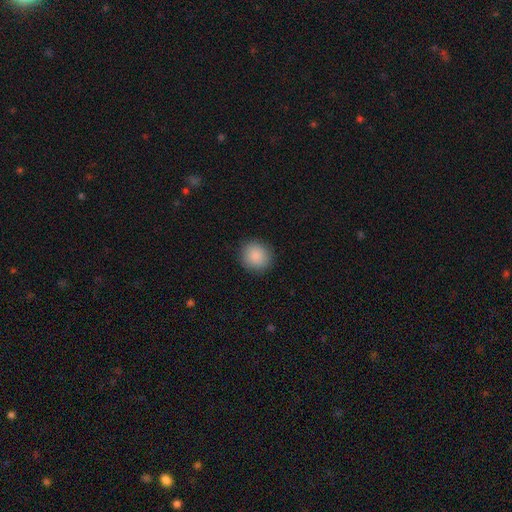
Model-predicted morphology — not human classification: Overall: smooth (88%). How rounded: round (90%). Merging: none (90%).